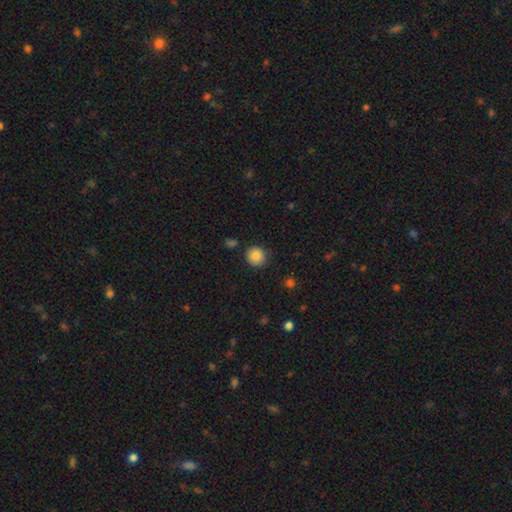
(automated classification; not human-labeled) This appears to be a smooth galaxy with no disk features (87%) that is round (91%). Merging: none (87%).